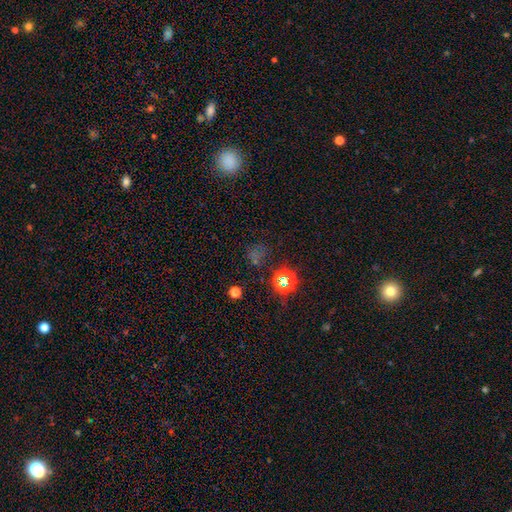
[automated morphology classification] Smooth or featured: star or artifact — 52% (smooth — 40%)